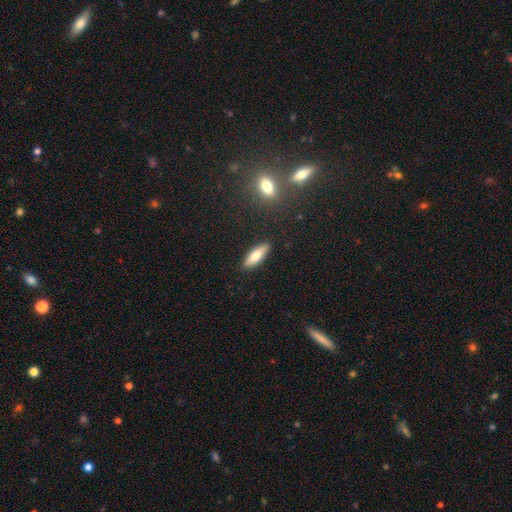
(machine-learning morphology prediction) Overall: smooth (70%). How rounded: cigar-shaped (49%, tied with in between). Merging: none (88%).